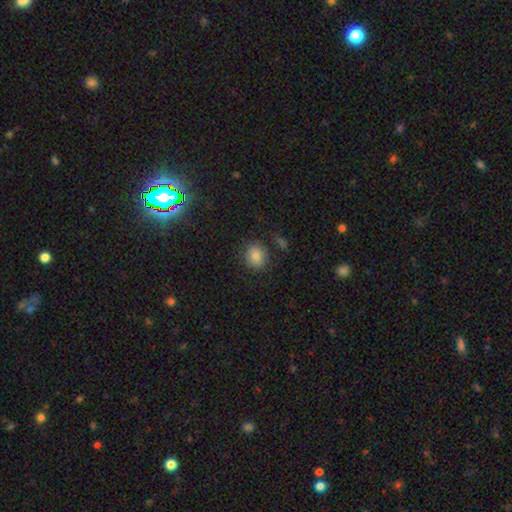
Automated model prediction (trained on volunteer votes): A smooth galaxy with no disk features (82%) that is round (69%). Merging: none (82%).